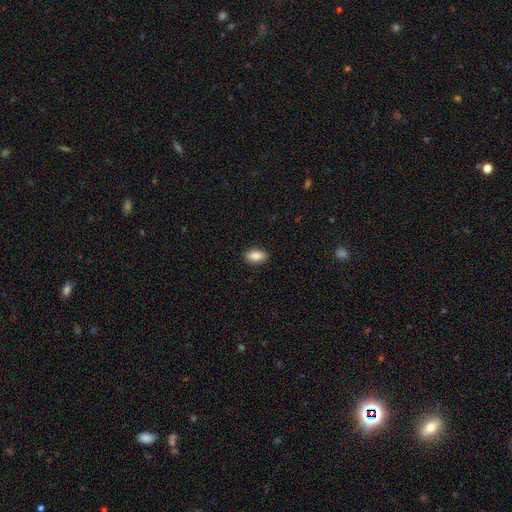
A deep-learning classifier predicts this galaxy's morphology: smooth-or-featured: smooth: 88% | star or artifact: 7% | featured or disk: 5%
  how-rounded: in between: 91% | round: 5% | cigar-shaped: 4%
  merging: none: 89% | minor disturbance: 8% | major disturbance: 2% | merger: 1%